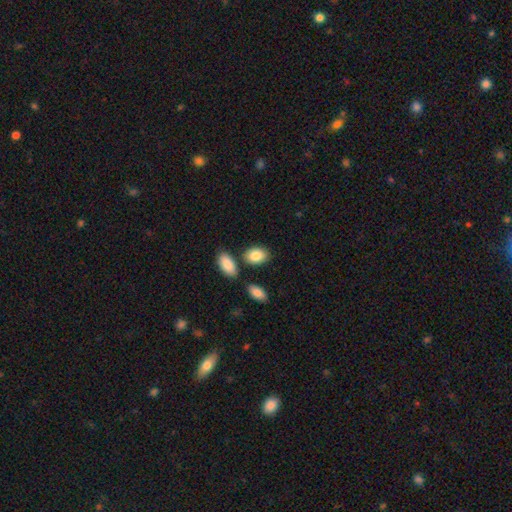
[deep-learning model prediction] smooth-or-featured: smooth: 86% | featured or disk: 8% | star or artifact: 6%
  how-rounded: in between: 86% | round: 12% | cigar-shaped: 2%
  merging: none: 73% | minor disturbance: 12% | merger: 12% | major disturbance: 3%